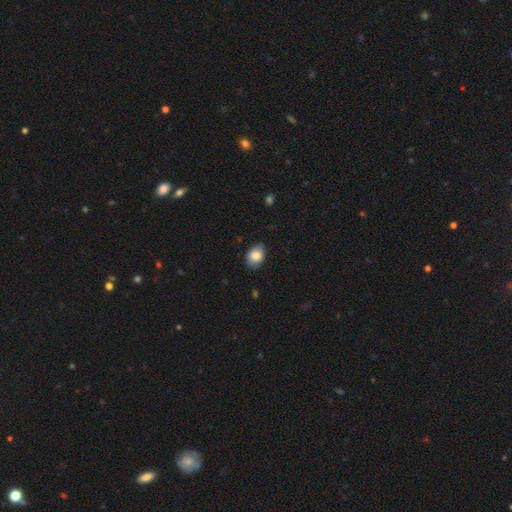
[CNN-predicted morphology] This is clearly a smooth galaxy (85%). How rounded: likely in between (78%). Merging: clearly none (81%).